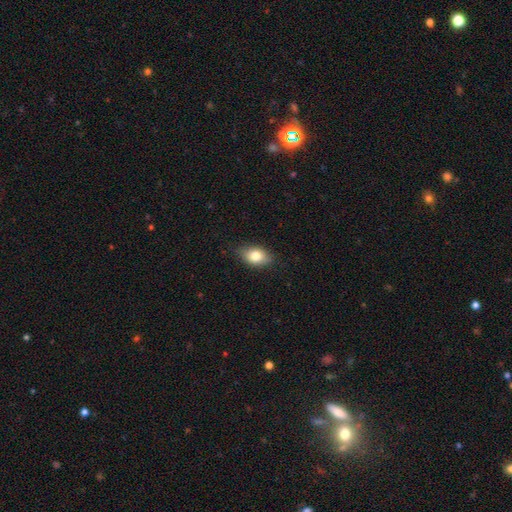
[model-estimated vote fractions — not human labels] This appears to be a smooth galaxy with no disk features (79%) that is in between round and cigar-shaped (82%). Merging: none (82%).